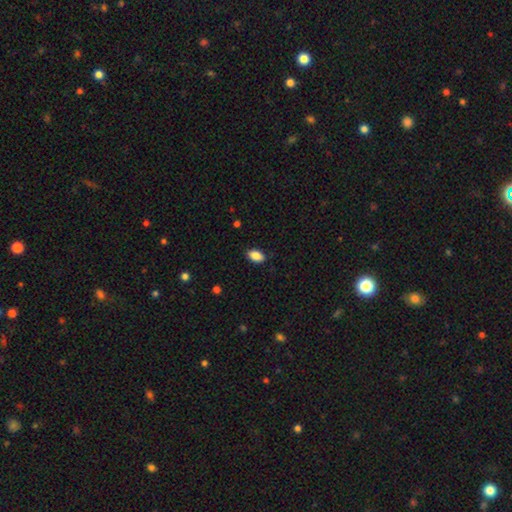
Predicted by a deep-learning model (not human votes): Smooth or featured? smooth (88%)
How rounded? in between (92%)
Merging? none (86%)